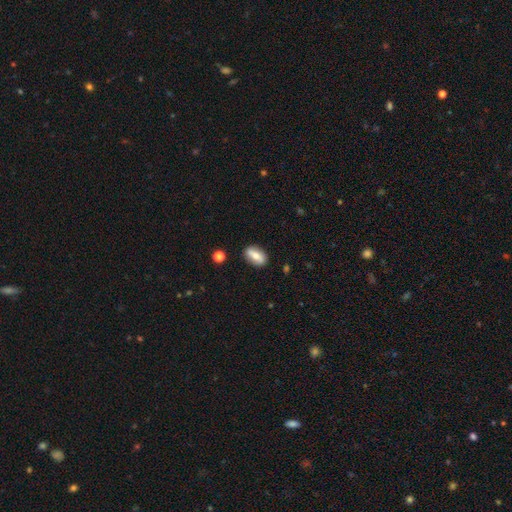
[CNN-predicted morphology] smooth 61%, featured or disk 31%, star or artifact 7%. Down the decision tree: how rounded — in between (85%); merging — none (84%).